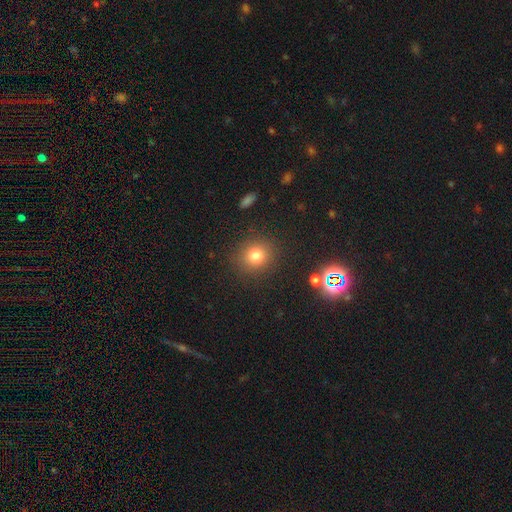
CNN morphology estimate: A smooth galaxy with no disk features (78%) that is round (82%). Merging: none (87%).